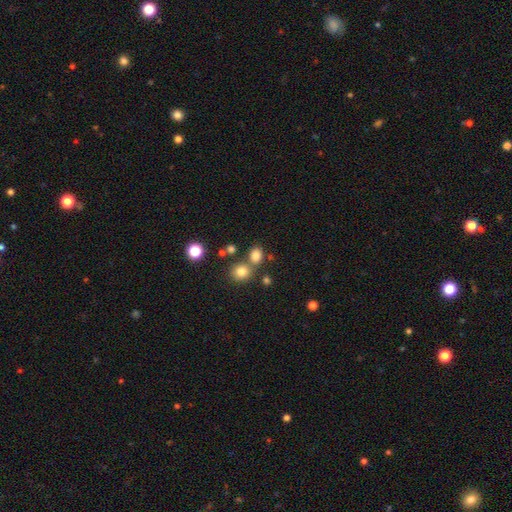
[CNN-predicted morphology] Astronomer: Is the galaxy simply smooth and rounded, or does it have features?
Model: smooth — 79%.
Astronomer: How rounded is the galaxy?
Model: round — 58% (runner-up: in between, 41%).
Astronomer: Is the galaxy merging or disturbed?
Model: none — 62%.